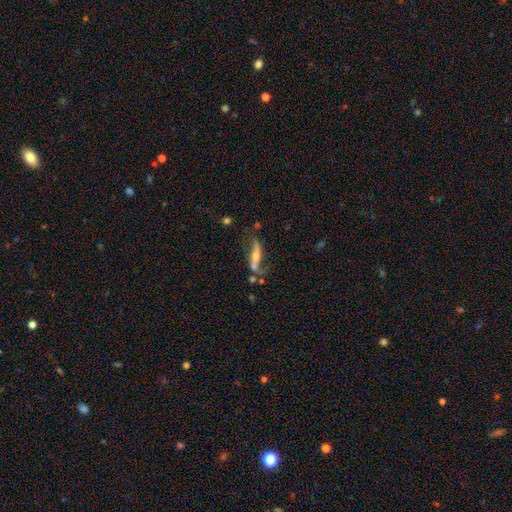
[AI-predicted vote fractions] Smooth or featured: featured or disk — 70% (smooth — 21%)
Edge-on disk: no — 65% (yes — 35%)
Merging: none — 46% (minor disturbance — 21%)